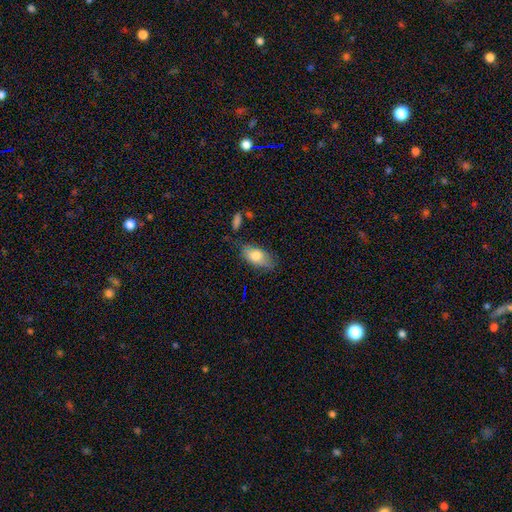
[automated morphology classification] type=smooth (77%); roundness=in between (90%); merging=none (68%).